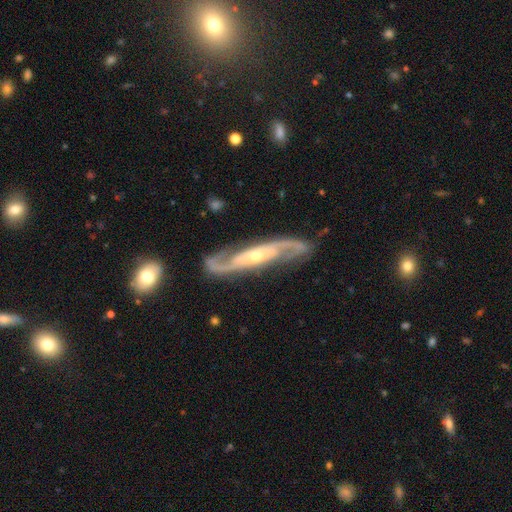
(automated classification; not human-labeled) This is clearly a featured or disk galaxy (91%). It is clearly not viewed edge-on (86%). Bar: marginally no (41%). Spiral arm pattern: clearly yes (98%). Spiral arm count: clearly 2 (92%). Spiral winding: possibly medium (49%). Central bulge: possibly small (51%). Merging: likely none (78%).